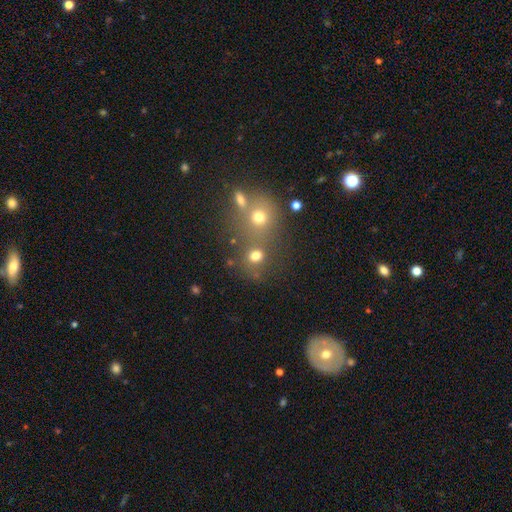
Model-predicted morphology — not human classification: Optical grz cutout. It shows a smooth galaxy with no disk features (71%) that is round (79%). Merging: none (52%).